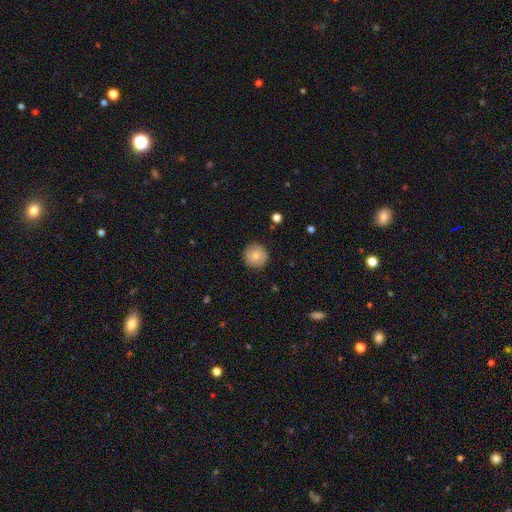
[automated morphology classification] type=smooth (77%); roundness=round (95%); merging=none (90%).